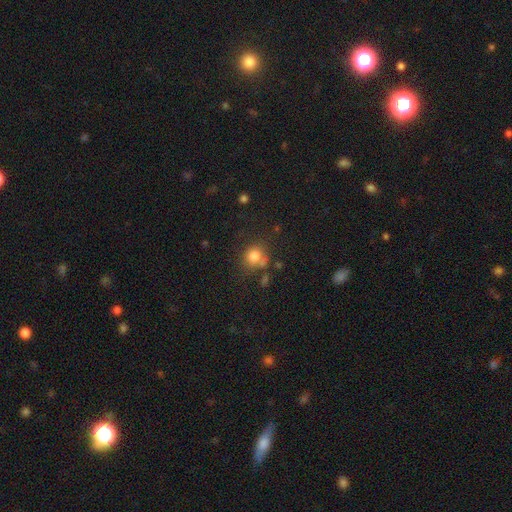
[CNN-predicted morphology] A smooth galaxy with no disk features (80%) that is round (77%). Merging: none (60%).